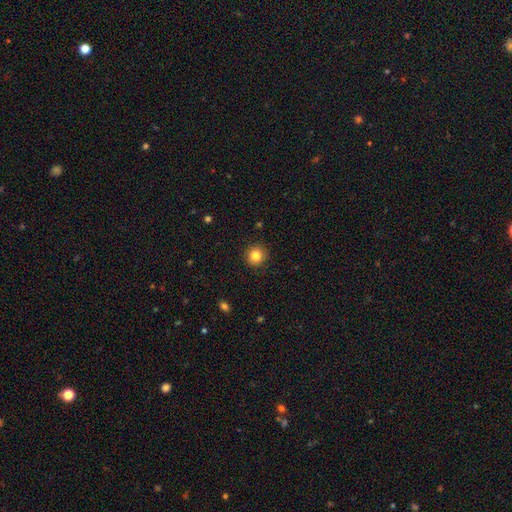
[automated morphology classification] Smooth or featured? smooth (83%)
How rounded? round (93%)
Merging? none (92%)